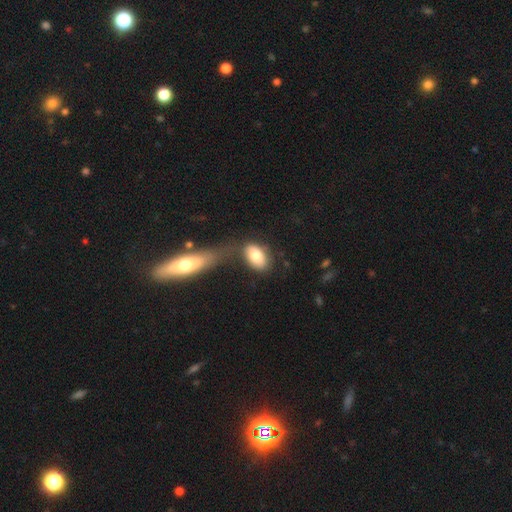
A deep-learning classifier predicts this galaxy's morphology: smooth 79%, featured or disk 14%, star or artifact 7%. Down the decision tree: how rounded — in between (90%); merging — none (54%).